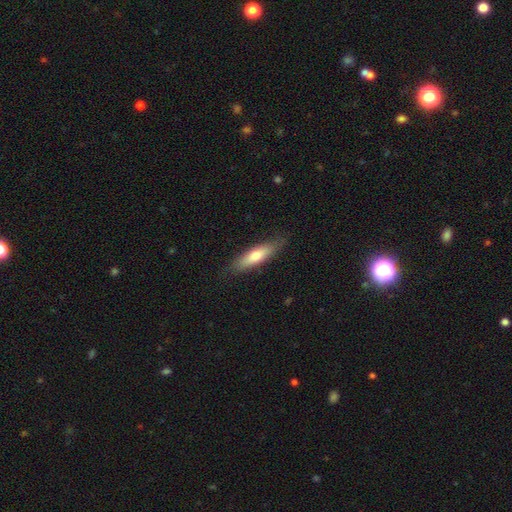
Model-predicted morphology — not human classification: This appears to be a smooth galaxy with no disk features (67%) that is cigar-shaped (68%). Merging: none (82%).